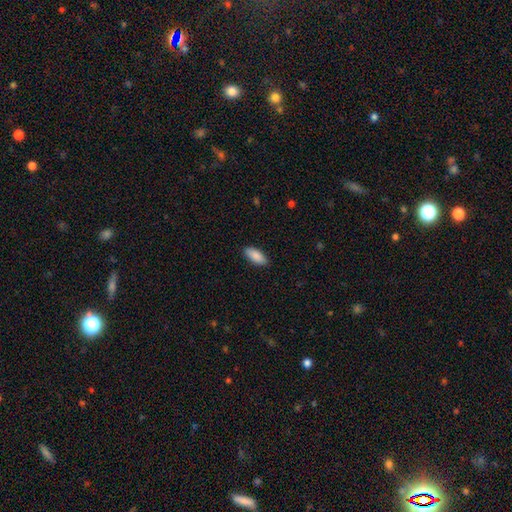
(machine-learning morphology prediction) A smooth galaxy with no disk features (89%) that is in between round and cigar-shaped (85%).

Vote fractions:
- Smooth or featured? smooth: 89% / star or artifact: 6% / featured or disk: 5%
- How rounded? in between: 85% / cigar-shaped: 14% / round: 2%
- Merging? none: 88% / minor disturbance: 9% / major disturbance: 2% / merger: 1%